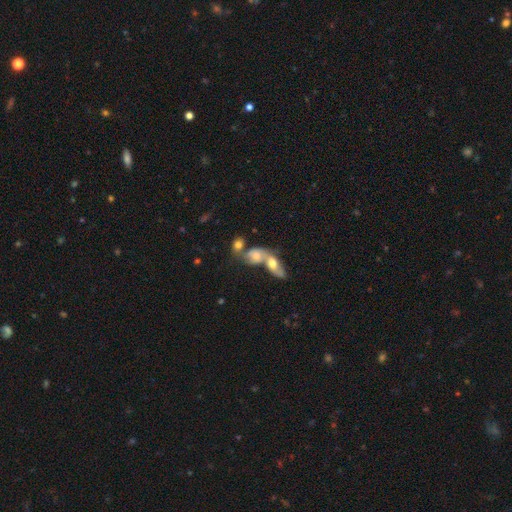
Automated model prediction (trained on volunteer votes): smooth-or-featured: smooth: 52% | featured or disk: 37% | star or artifact: 11%
  how-rounded: in between: 69% | round: 26% | cigar-shaped: 5%
  merging: merger: 71% | none: 17% | minor disturbance: 7% | major disturbance: 5%